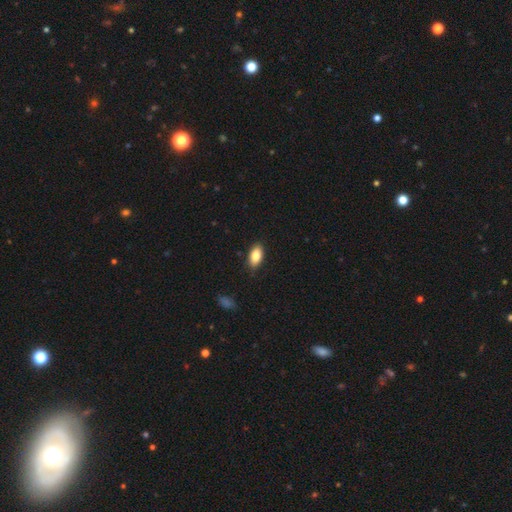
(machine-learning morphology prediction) Q: Smooth or featured?
A: smooth (86%); runner-up: featured or disk (7%)
Q: How rounded?
A: in between (92%); runner-up: cigar-shaped (4%)
Q: Merging?
A: none (86%); runner-up: minor disturbance (11%)